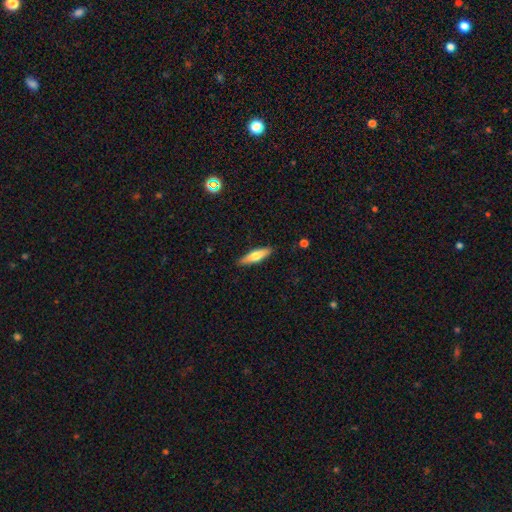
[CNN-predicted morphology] This is likely a smooth galaxy (61%). How rounded: likely cigar-shaped (68%). Merging: clearly none (89%).